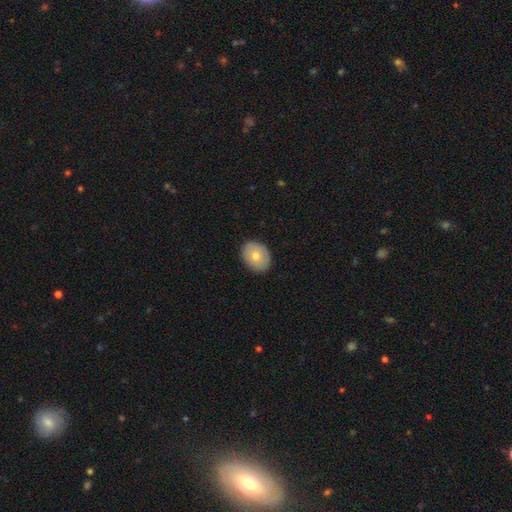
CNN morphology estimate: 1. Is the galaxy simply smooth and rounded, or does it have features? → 70% smooth, 23% featured or disk, 7% star or artifact.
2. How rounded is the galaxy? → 59% in between, 40% round, 1% cigar-shaped.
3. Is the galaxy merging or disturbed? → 89% none, 8% minor disturbance, 2% major disturbance, 1% merger.